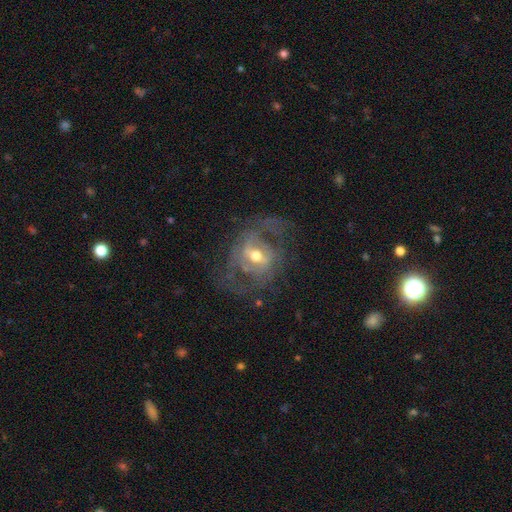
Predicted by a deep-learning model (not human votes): smooth_or_featured: featured or disk (p=0.80) [alt: smooth p=0.12]
disk_edge_on: no (p=0.96) [alt: yes p=0.04]
bar: weak (p=0.46) [alt: no p=0.29]
has_spiral_arms: yes (p=0.79) [alt: no p=0.21]
spiral_winding: medium (p=0.45) [alt: loose p=0.29]
spiral_arm_count: 2 (p=0.56) [alt: can't tell p=0.25]
bulge_size: moderate (p=0.67) [alt: small p=0.25]
merging: none (p=0.56) [alt: major disturbance p=0.24]